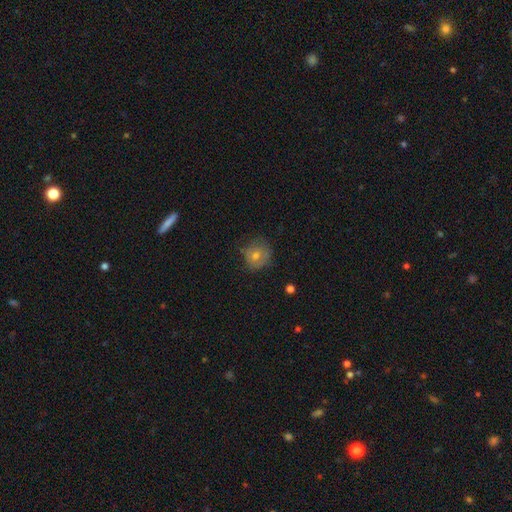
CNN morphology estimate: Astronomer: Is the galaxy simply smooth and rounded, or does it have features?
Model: smooth — 57%.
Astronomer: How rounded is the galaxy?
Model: round — 85%.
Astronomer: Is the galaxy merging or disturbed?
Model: none — 70%.